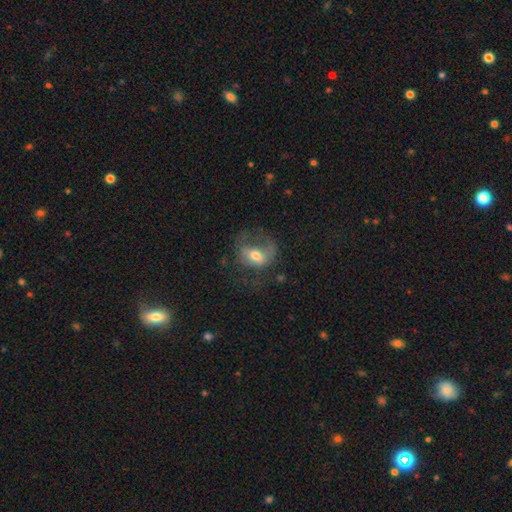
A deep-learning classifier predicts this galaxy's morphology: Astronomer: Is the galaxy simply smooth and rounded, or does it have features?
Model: smooth — 48% (runner-up: featured or disk, 43%).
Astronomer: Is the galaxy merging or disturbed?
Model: major disturbance — 38% (runner-up: none, 37%).